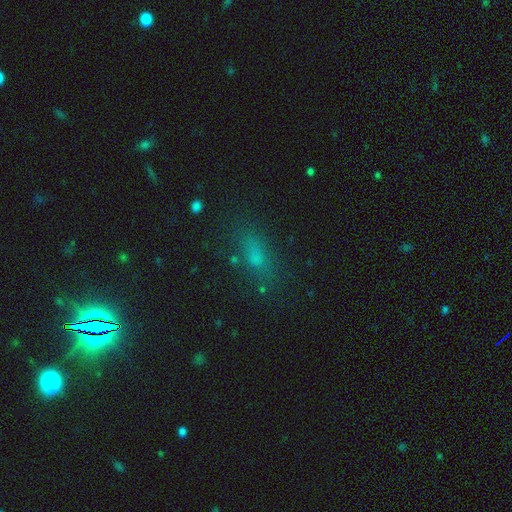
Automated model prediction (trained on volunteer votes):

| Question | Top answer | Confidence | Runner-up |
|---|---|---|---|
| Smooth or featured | smooth | 64% | star or artifact (23%) |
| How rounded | in between | 66% | cigar-shaped (24%) |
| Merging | none | 72% | minor disturbance (17%) |